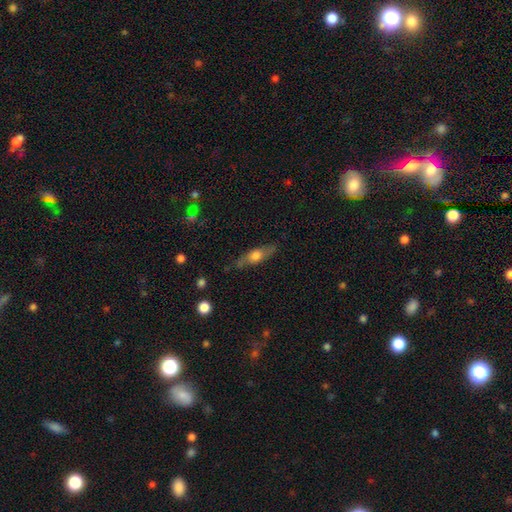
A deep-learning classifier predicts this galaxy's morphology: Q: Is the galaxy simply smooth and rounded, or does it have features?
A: smooth — 50%.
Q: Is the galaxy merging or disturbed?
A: none — 76%.